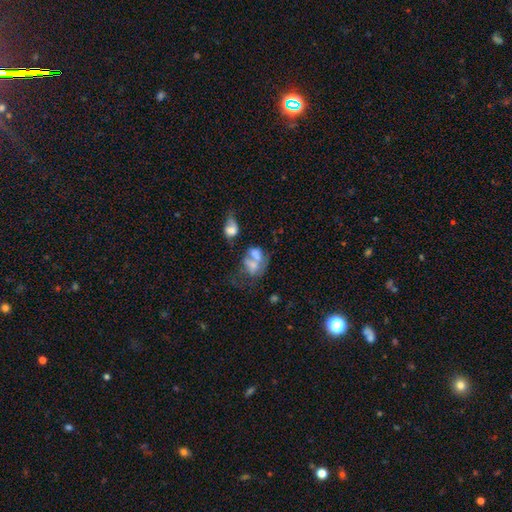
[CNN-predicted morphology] Smooth or featured?
  - smooth: 43% *
  - featured or disk: 39%
  - star or artifact: 17%
Merging?
  - merger: 48% *
  - none: 20%
  - major disturbance: 19%
  - minor disturbance: 12%